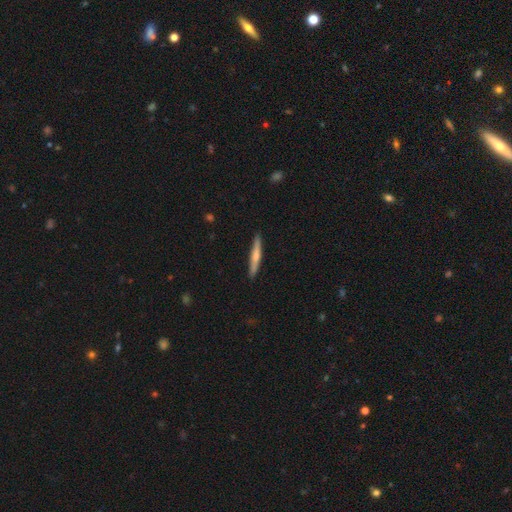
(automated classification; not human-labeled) Overall: smooth (58%; featured or disk 37%). How rounded: cigar-shaped (94%). Merging: none (90%).